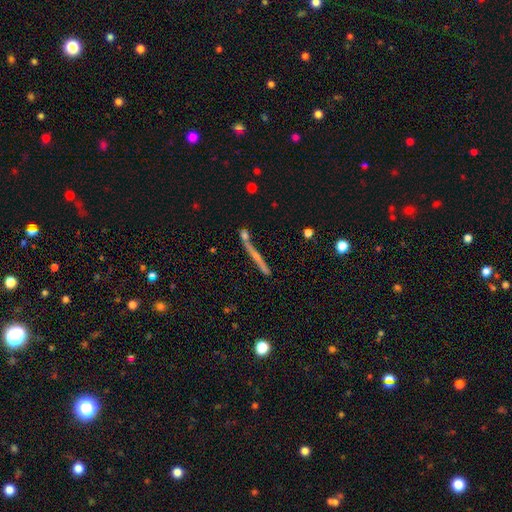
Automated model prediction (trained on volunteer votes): Smooth or featured?
  - featured or disk: 46% *
  - smooth: 32%
  - star or artifact: 22%
Merging?
  - none: 73% *
  - minor disturbance: 11%
  - merger: 10%
  - major disturbance: 6%